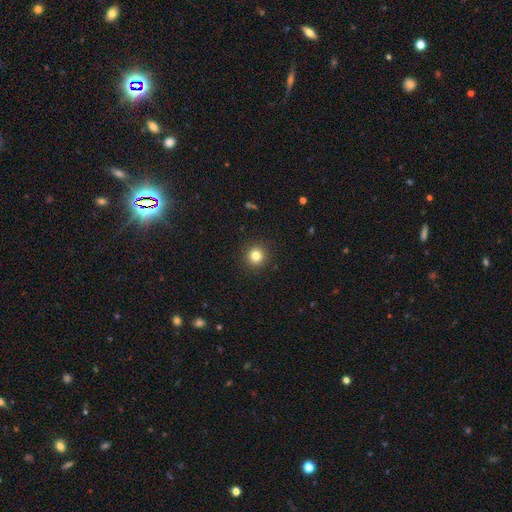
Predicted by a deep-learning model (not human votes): smooth 82%, star or artifact 12%, featured or disk 5%. Down the decision tree: how rounded — round (95%); merging — none (92%).